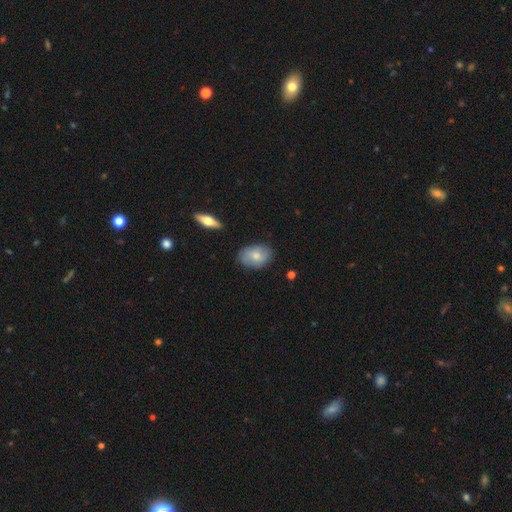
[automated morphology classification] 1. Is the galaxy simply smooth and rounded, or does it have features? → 72% smooth, 22% featured or disk, 7% star or artifact.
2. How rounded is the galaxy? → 82% in between, 16% round, 1% cigar-shaped.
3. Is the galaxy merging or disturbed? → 78% none, 17% minor disturbance, 3% major disturbance, 2% merger.